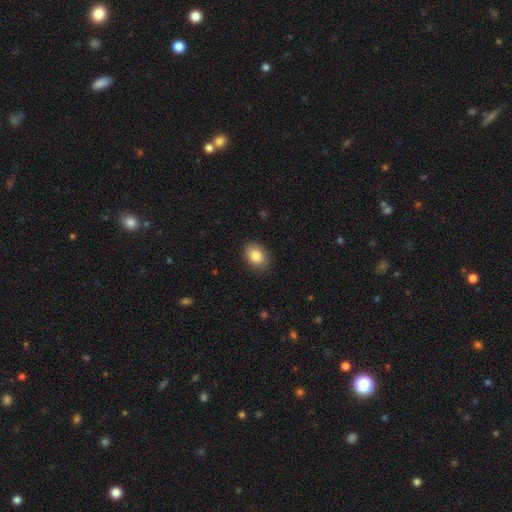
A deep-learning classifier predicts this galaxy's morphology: This is clearly a smooth galaxy (85%). How rounded: likely in between (73%). Merging: clearly none (84%).